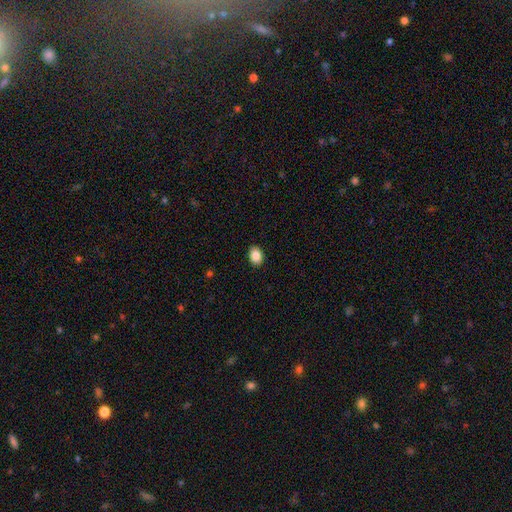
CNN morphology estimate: Overall: smooth (87%). How rounded: in between (74%). Merging: none (90%).